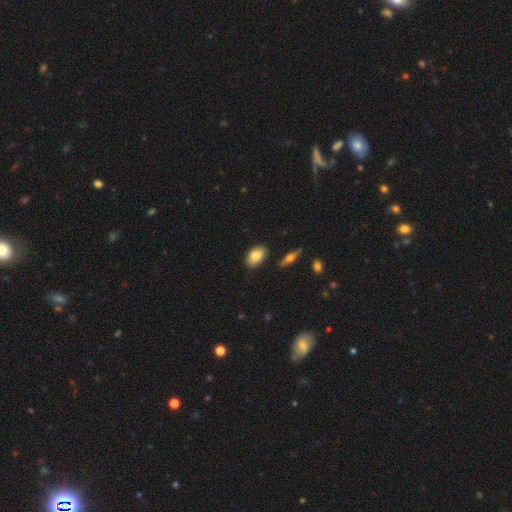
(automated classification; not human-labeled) A smooth galaxy with no disk features (83%) that is in between round and cigar-shaped (91%). Merging: none (83%).